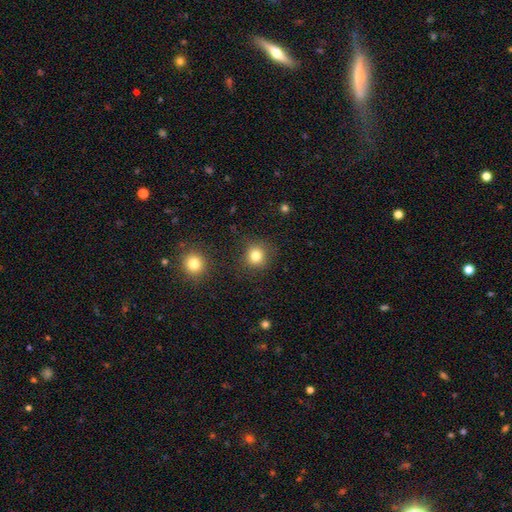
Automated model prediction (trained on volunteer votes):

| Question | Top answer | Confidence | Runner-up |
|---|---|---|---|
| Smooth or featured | smooth | 81% | star or artifact (13%) |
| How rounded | round | 89% | in between (10%) |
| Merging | none | 84% | minor disturbance (10%) |